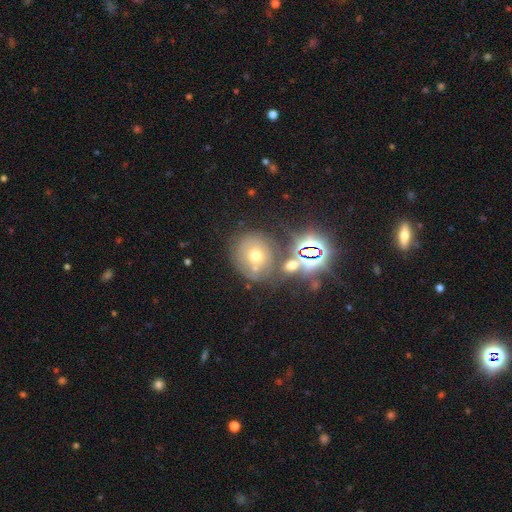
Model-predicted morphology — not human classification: smooth_or_featured: smooth (p=0.44) [alt: star or artifact p=0.29]
merging: none (p=0.62) [alt: merger p=0.19]